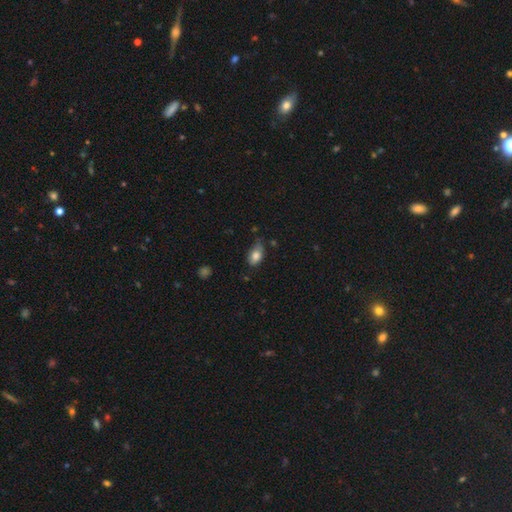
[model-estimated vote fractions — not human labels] Morphology: type=smooth (81%); roundness=in between (87%); merging=none (48%).